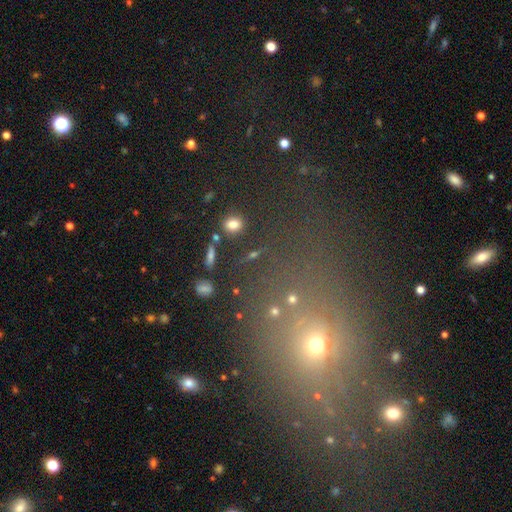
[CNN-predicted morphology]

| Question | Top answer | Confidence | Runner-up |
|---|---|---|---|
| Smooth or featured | star or artifact | 48% | smooth (39%) |